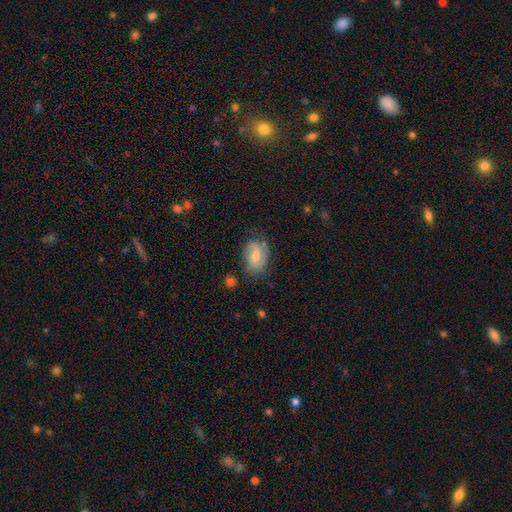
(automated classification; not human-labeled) Morphology: type=smooth (51%); roundness=in between (85%); merging=none (63%).